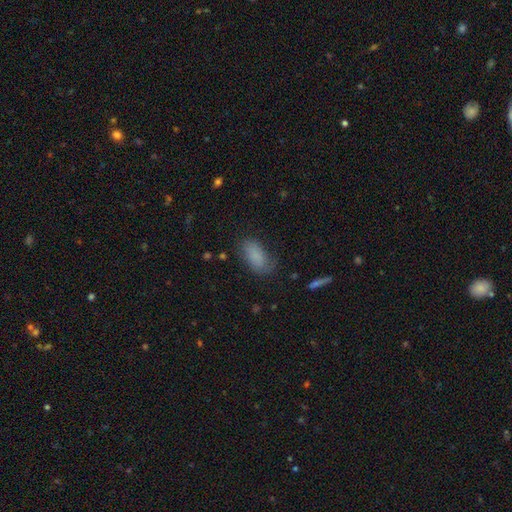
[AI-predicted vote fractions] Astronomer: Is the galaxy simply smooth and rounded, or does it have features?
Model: smooth — 81%.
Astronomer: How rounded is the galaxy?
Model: in between — 92%.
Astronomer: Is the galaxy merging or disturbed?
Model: none — 65%.